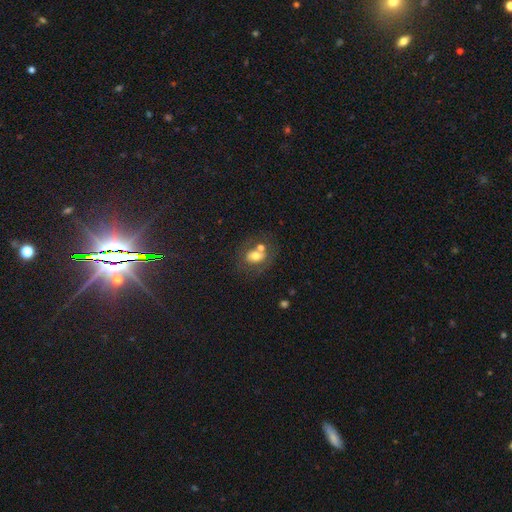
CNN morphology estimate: This appears to be a smooth galaxy with no disk features (61%) that is in between round and cigar-shaped (57%). Merging: none (45%).